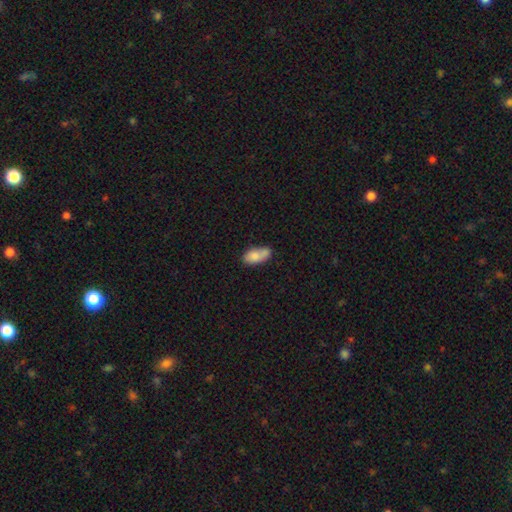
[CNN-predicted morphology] Smooth or featured? smooth (80%)
How rounded? in between (90%)
Merging? none (50%)